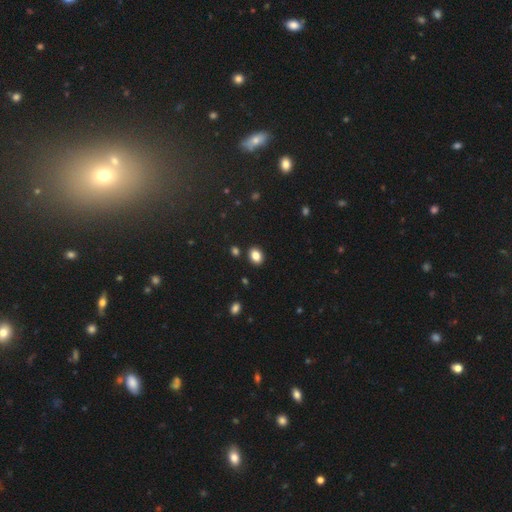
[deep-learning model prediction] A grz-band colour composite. It shows a smooth galaxy with no disk features (85%) that is in between round and cigar-shaped (65%). Merging: none (87%).